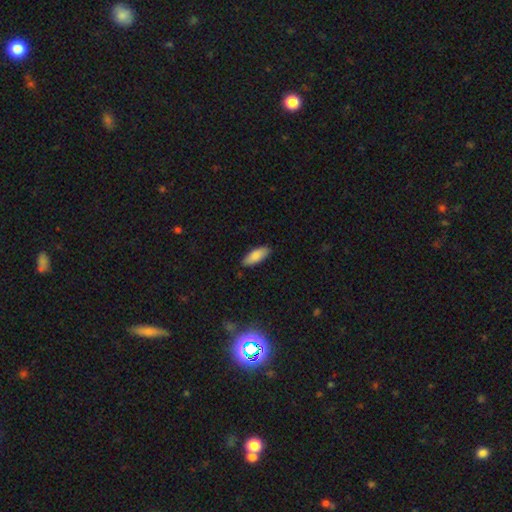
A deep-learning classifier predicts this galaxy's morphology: smooth_or_featured: smooth (p=0.86) [alt: featured or disk p=0.08]
how_rounded: in between (p=0.77) [alt: cigar-shaped p=0.21]
merging: none (p=0.87) [alt: minor disturbance p=0.11]